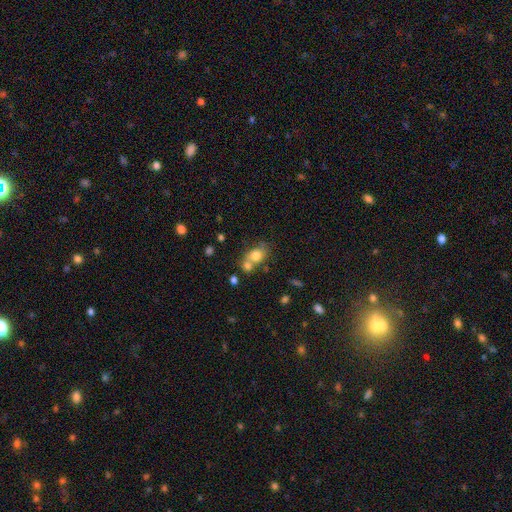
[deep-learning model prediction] Smooth or featured?
  - smooth: 74% *
  - featured or disk: 16%
  - star or artifact: 11%
How rounded?
  - round: 52% *
  - in between: 46%
  - cigar-shaped: 2%
Merging?
  - merger: 44% *
  - none: 39%
  - minor disturbance: 12%
  - major disturbance: 5%